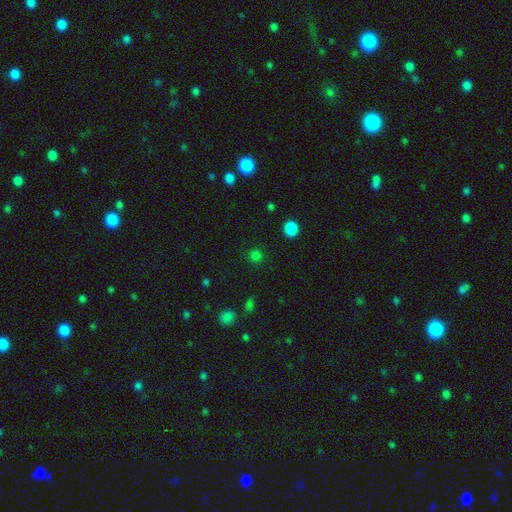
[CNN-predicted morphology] This appears to be a smooth galaxy with no disk features (76%) that is round (92%). Merging: none (88%).